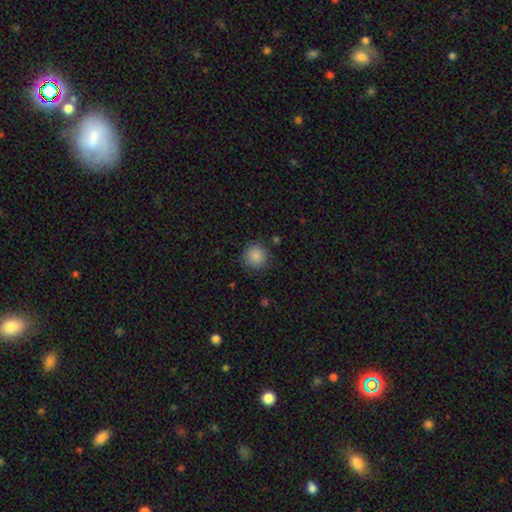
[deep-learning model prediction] smooth 87%, star or artifact 9%, featured or disk 4%. Down the decision tree: how rounded — round (93%); merging — none (86%).